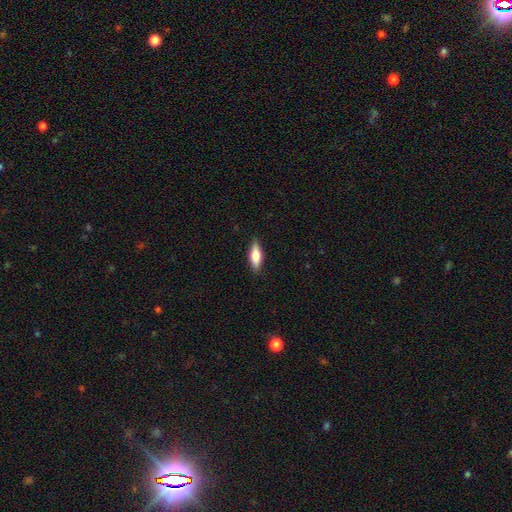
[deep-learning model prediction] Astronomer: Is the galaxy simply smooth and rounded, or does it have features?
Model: smooth — 71%.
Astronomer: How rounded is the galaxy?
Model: in between — 64%.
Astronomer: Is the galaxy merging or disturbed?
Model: none — 86%.